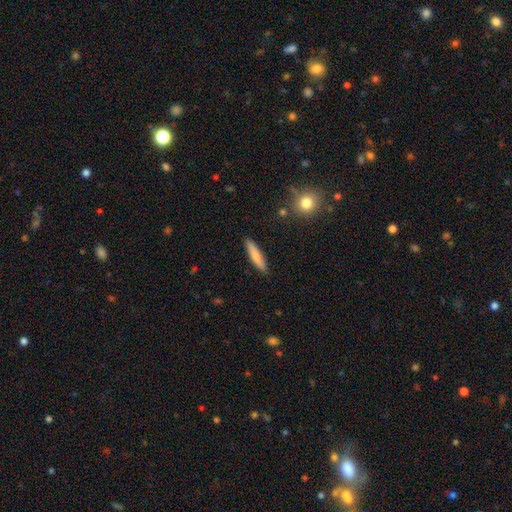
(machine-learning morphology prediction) Overall: smooth (77%). How rounded: cigar-shaped (85%). Merging: none (89%).